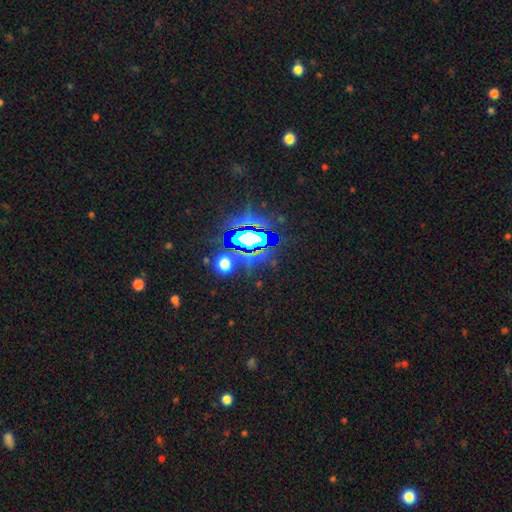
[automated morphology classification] type=star or artifact (80%).